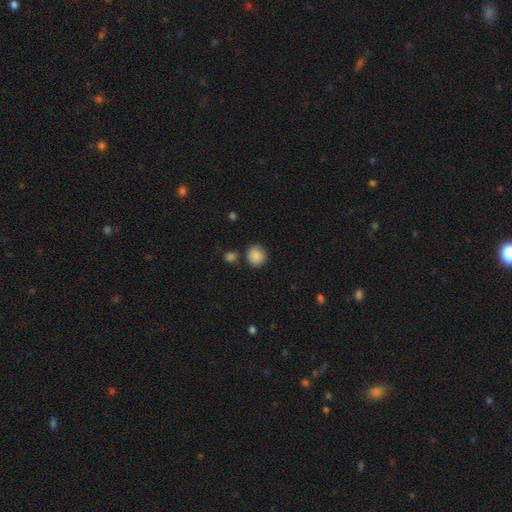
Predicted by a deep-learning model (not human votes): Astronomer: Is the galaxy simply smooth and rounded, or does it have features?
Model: smooth — 87%.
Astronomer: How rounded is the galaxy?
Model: round — 85%.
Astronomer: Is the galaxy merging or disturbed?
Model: none — 80%.